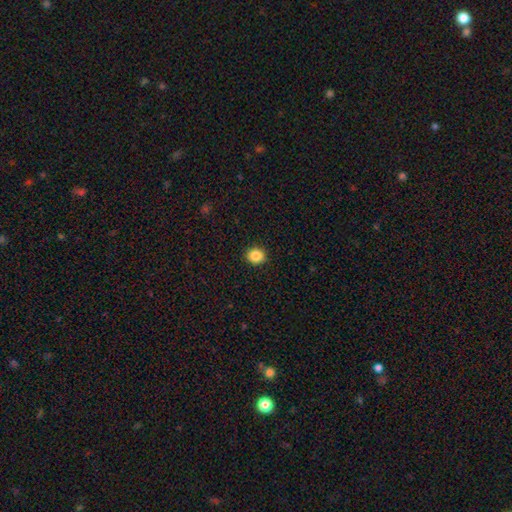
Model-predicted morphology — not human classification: type=smooth (86%); roundness=round (80%); merging=none (92%).